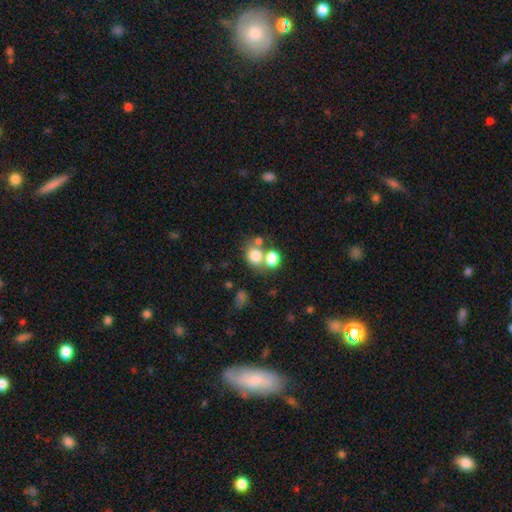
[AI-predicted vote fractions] Q: Smooth or featured?
A: smooth (76%); runner-up: star or artifact (13%)
Q: How rounded?
A: round (70%); runner-up: in between (29%)
Q: Merging?
A: none (47%); runner-up: merger (39%)